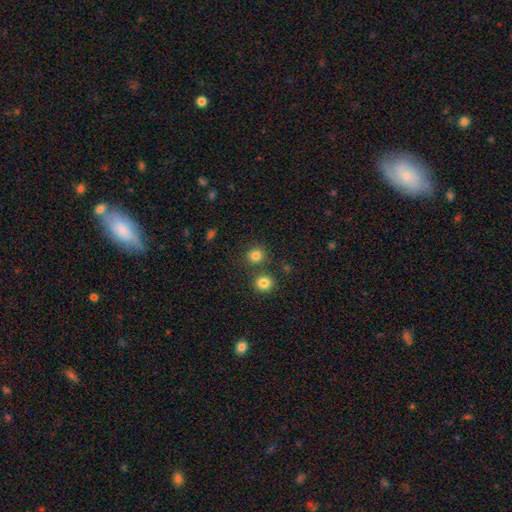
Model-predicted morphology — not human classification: smooth_or_featured: smooth (p=0.82) [alt: star or artifact p=0.13]
how_rounded: round (p=0.88) [alt: in between p=0.11]
merging: none (p=0.78) [alt: merger p=0.12]